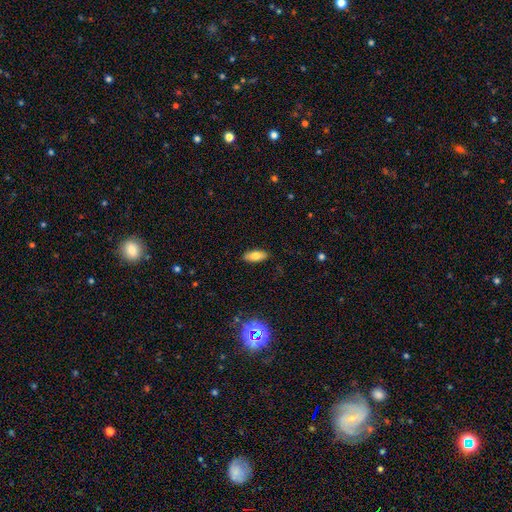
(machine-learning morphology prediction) Overall: smooth (78%). How rounded: in between (81%). Merging: none (88%).